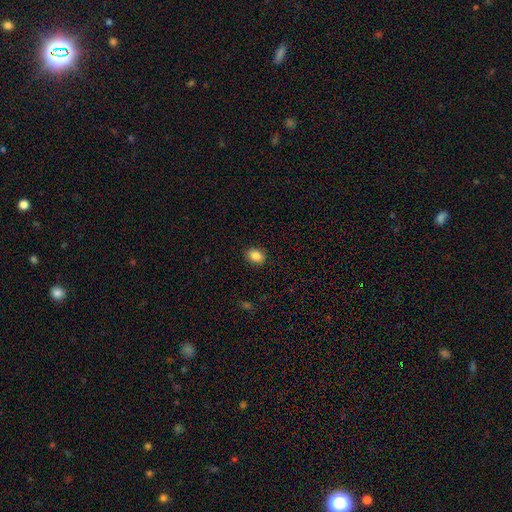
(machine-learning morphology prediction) Overall: smooth (87%). How rounded: in between (70%). Merging: none (88%).